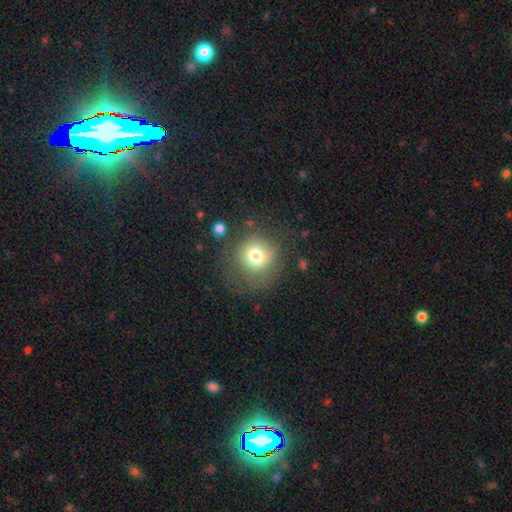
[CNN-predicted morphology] The model was most divided on "merging": none: 68%, minor disturbance: 17%, major disturbance: 12%, merger: 3%. More confident: how rounded — round (90%); smooth or featured — smooth (74%).